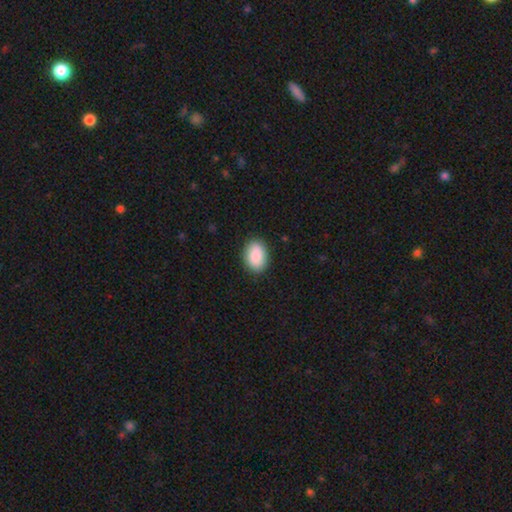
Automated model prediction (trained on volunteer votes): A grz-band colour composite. It shows a smooth galaxy with no disk features (90%) that is in between round and cigar-shaped (83%). Merging: none (88%).